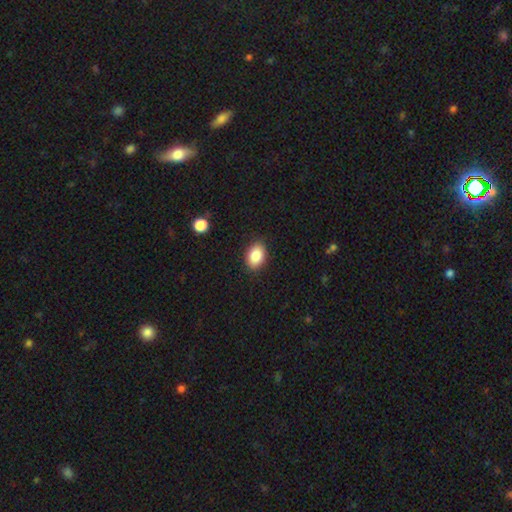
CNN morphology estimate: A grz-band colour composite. It shows a smooth galaxy with no disk features (86%) that is in between round and cigar-shaped (82%). Merging: none (88%).